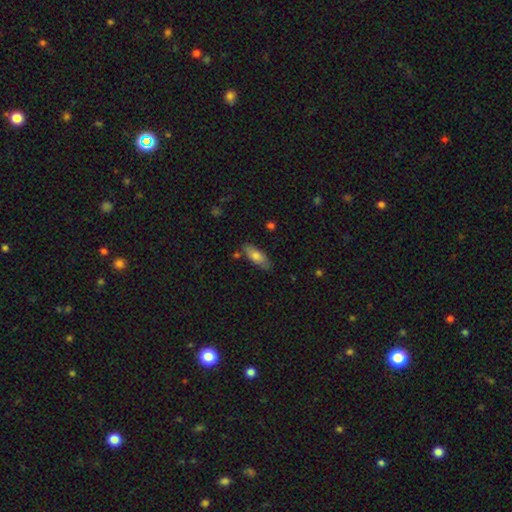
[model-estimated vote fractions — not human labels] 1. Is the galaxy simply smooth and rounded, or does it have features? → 76% smooth, 18% featured or disk, 6% star or artifact.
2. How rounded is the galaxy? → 71% in between, 27% cigar-shaped, 2% round.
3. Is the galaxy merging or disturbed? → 78% none, 15% minor disturbance, 4% merger, 3% major disturbance.